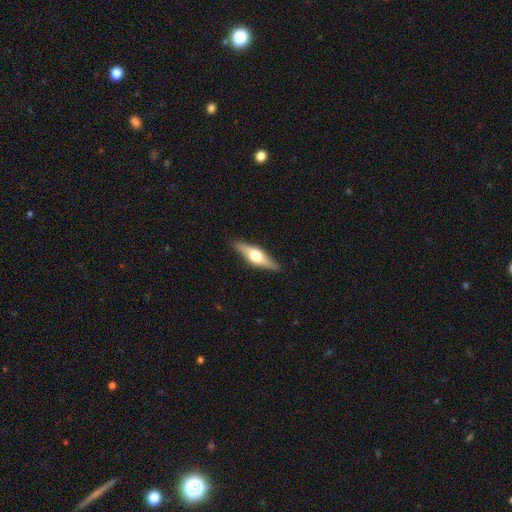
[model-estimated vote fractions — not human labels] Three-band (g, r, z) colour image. It shows a featured or disk galaxy (64%) viewed edge-on (95%) with a rounded central bulge (93%). Merging: none (89%).